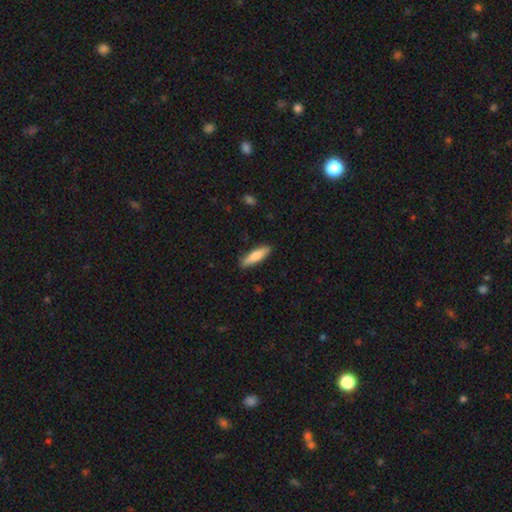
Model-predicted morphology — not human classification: smooth 73%, featured or disk 22%, star or artifact 5%. Down the decision tree: how rounded — cigar-shaped (68%); merging — none (88%).